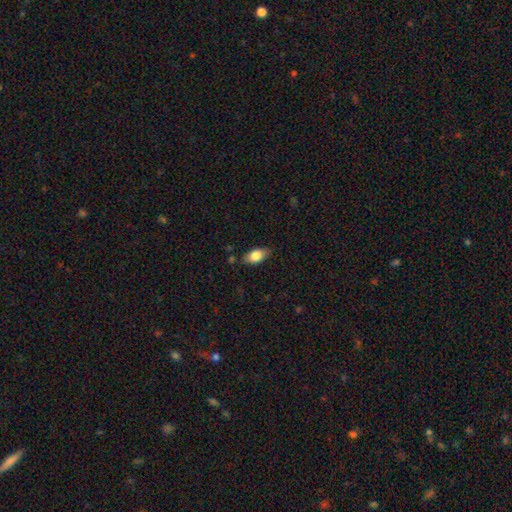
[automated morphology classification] Smooth or featured? smooth (80%)
How rounded? in between (90%)
Merging? none (80%)